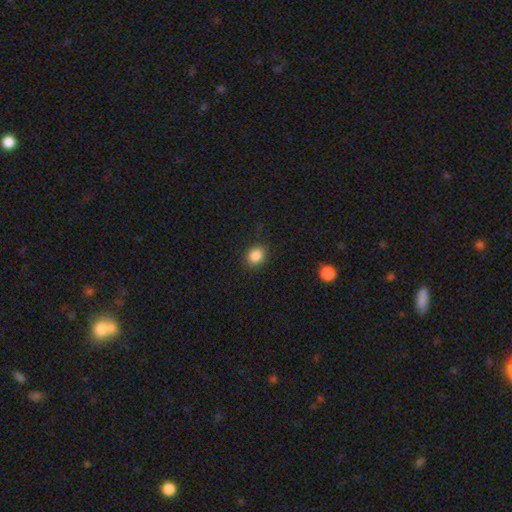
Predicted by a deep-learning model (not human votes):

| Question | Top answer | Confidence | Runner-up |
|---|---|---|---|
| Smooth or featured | smooth | 86% | star or artifact (10%) |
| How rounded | round | 62% | in between (37%) |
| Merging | none | 87% | minor disturbance (9%) |